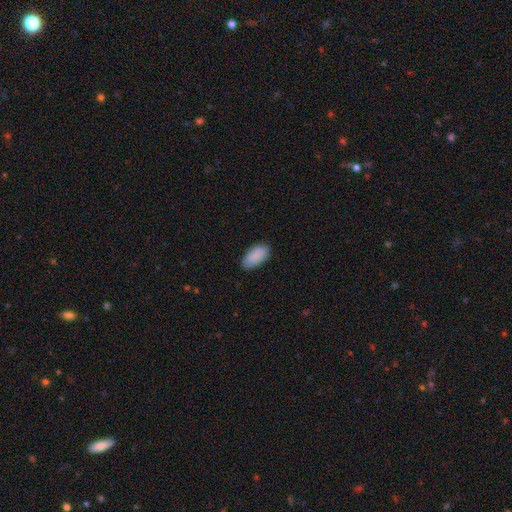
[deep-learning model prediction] smooth-or-featured: smooth: 89% | star or artifact: 6% | featured or disk: 5%
  how-rounded: in between: 94% | cigar-shaped: 3% | round: 2%
  merging: none: 84% | minor disturbance: 13% | major disturbance: 2% | merger: 1%